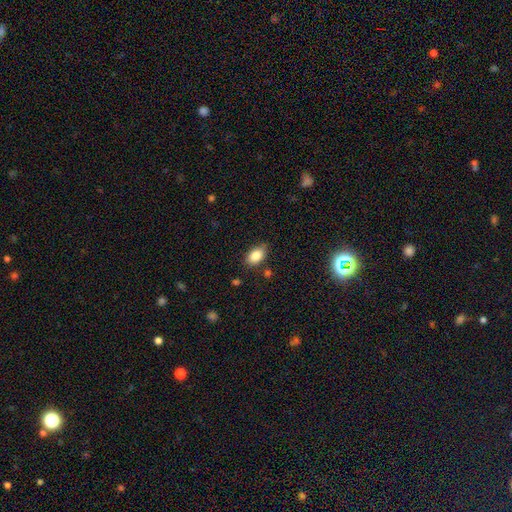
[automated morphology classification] A smooth galaxy with no disk features (85%) that is in between round and cigar-shaped (89%).

Vote fractions:
- Smooth or featured? smooth: 85% / star or artifact: 8% / featured or disk: 7%
- How rounded? in between: 89% / round: 9% / cigar-shaped: 2%
- Merging? none: 78% / minor disturbance: 17% / major disturbance: 3% / merger: 3%